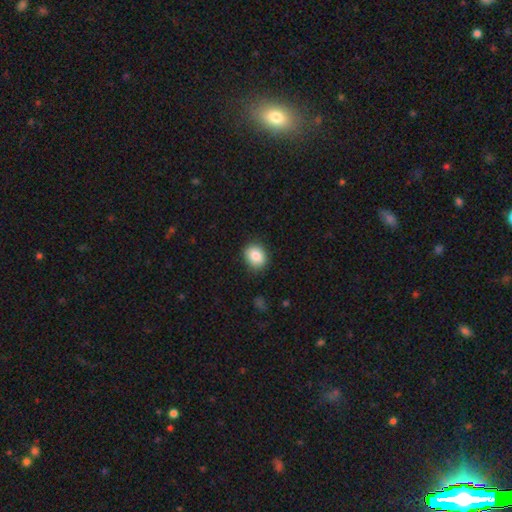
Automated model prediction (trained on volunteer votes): Smooth or featured? smooth (85%)
How rounded? round (63%)
Merging? none (86%)